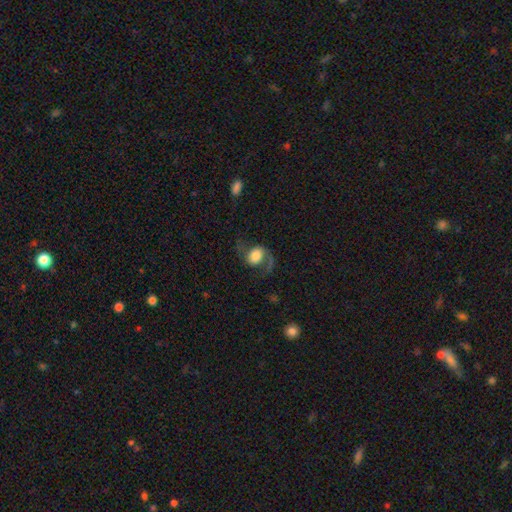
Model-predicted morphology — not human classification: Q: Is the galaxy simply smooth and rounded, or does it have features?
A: featured or disk — 63%.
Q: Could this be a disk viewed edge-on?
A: no — 97%.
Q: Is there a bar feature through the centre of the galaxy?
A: no — 61%.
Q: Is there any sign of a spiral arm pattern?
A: yes — 92%.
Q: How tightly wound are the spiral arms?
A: loose — 64%.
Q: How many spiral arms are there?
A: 2 — 80%.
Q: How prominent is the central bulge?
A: large — 41%.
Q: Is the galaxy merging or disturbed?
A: none — 57%.